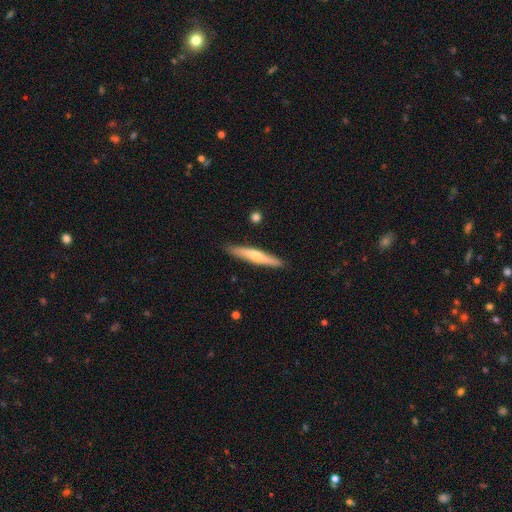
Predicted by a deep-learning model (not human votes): A smooth galaxy with no disk features (54%) that is cigar-shaped (92%). Merging: none (87%).